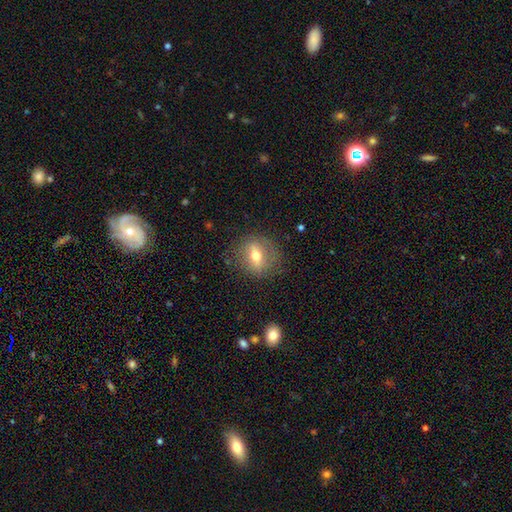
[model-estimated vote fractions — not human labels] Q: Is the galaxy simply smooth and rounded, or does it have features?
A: featured or disk — 47%.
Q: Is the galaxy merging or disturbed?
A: none — 79%.